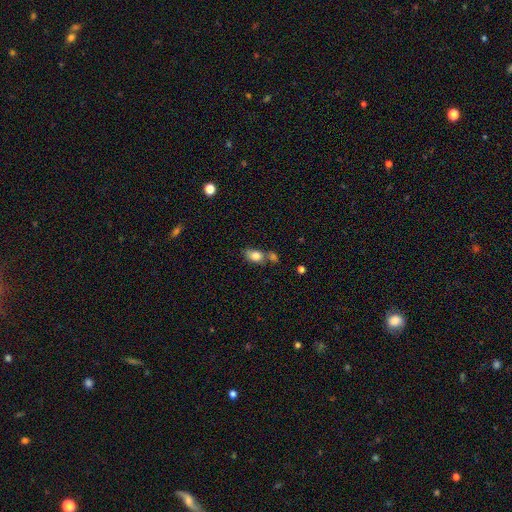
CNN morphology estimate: Smooth or featured? Predicted: smooth (p=0.79). How rounded? Predicted: in between (p=0.74). Merging? Predicted: none (p=0.42).